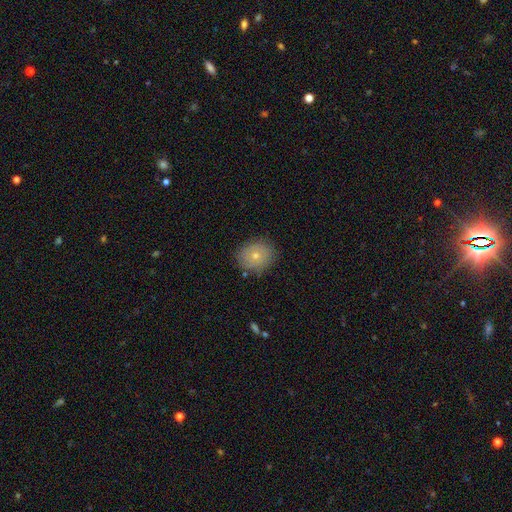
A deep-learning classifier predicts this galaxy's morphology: Smooth or featured? smooth (70%)
How rounded? round (68%)
Merging? none (81%)